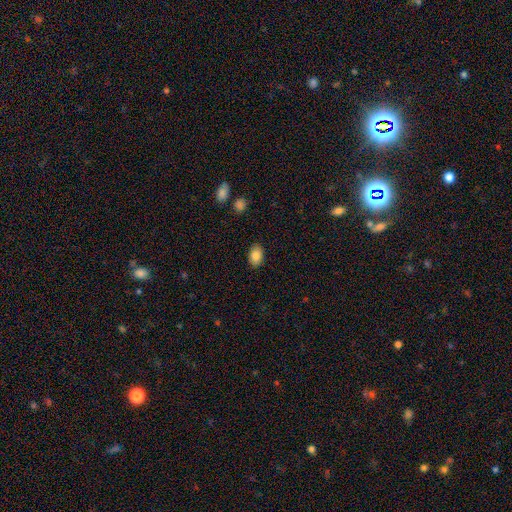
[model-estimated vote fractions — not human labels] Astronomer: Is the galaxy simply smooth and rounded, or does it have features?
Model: smooth — 85%.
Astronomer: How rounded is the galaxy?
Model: in between — 87%.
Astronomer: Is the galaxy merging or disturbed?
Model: none — 87%.